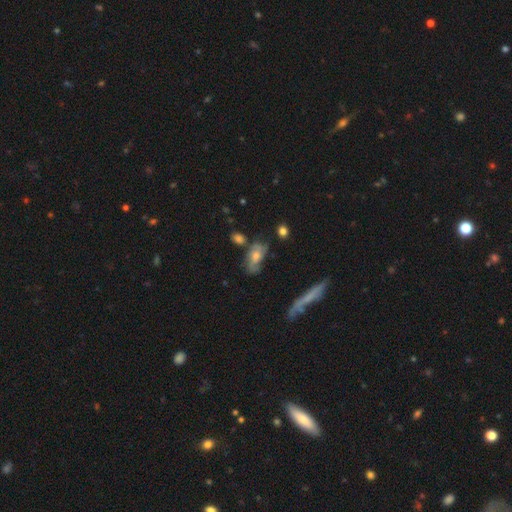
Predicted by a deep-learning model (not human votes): Overall: featured or disk (48%; smooth 41%). Merging: none (54%; minor disturbance 23%).